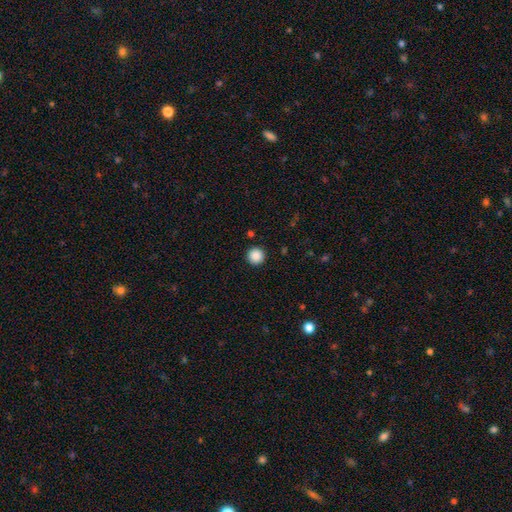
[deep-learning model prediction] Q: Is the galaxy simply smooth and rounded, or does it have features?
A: smooth — 88%.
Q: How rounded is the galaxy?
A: round — 96%.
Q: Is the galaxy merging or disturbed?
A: none — 93%.